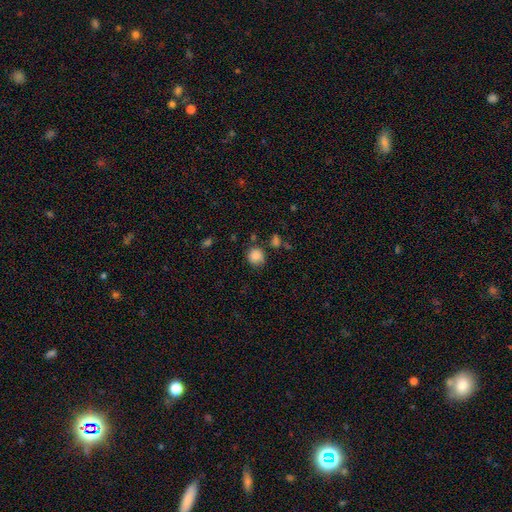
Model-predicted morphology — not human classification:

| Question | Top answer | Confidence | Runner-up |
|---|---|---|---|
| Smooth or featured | smooth | 86% | star or artifact (10%) |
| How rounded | round | 86% | in between (13%) |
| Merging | none | 74% | minor disturbance (16%) |